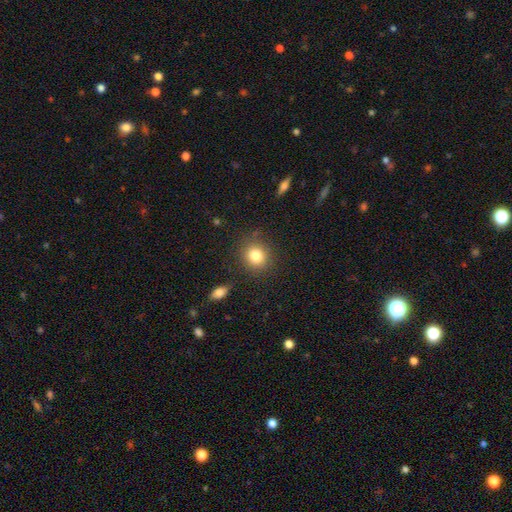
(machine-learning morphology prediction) A smooth galaxy with no disk features (82%) that is round (82%). Merging: none (85%).